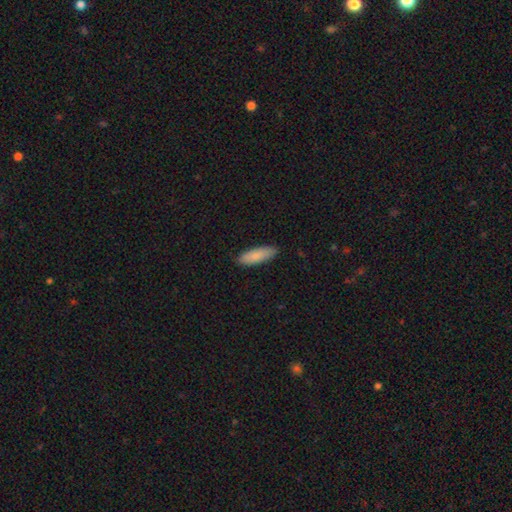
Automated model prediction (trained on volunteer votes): Smooth or featured?
  - smooth: 85% *
  - featured or disk: 9%
  - star or artifact: 5%
How rounded?
  - in between: 57% *
  - cigar-shaped: 41%
  - round: 2%
Merging?
  - none: 89% *
  - minor disturbance: 9%
  - major disturbance: 2%
  - merger: 1%